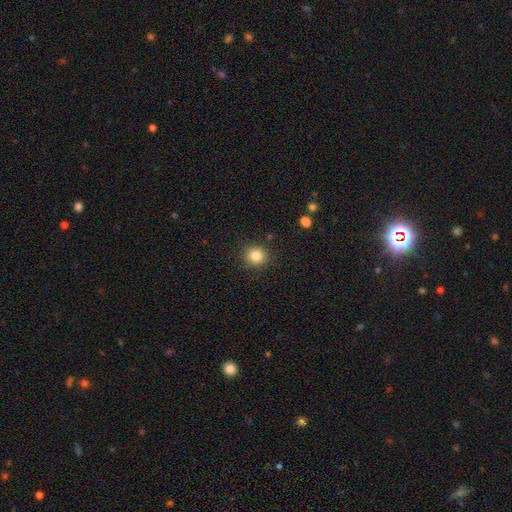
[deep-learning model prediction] The model was most divided on "smooth or featured": smooth: 83%, star or artifact: 11%, featured or disk: 5%. More confident: how rounded — round (90%); merging — none (89%).